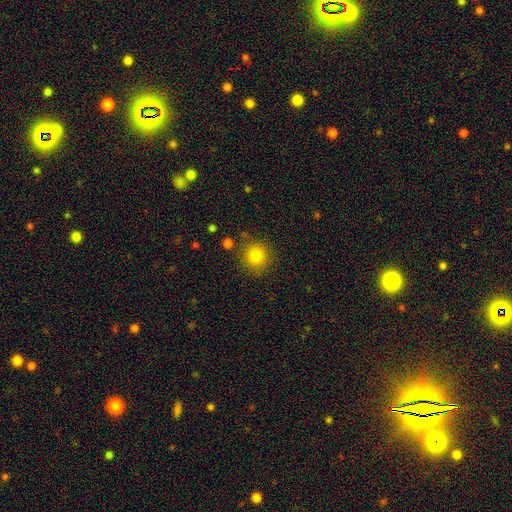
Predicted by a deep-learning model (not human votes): smooth_or_featured: smooth (p=0.82) [alt: star or artifact p=0.12]
how_rounded: round (p=0.92) [alt: in between p=0.07]
merging: none (p=0.86) [alt: minor disturbance p=0.08]